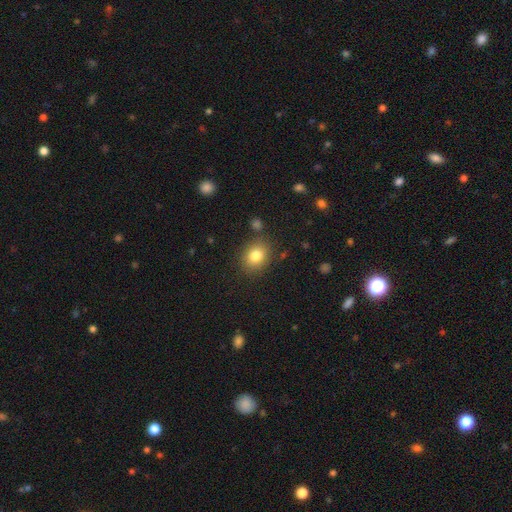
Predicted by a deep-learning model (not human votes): Morphology: type=smooth (82%); roundness=round (54%); merging=none (82%).